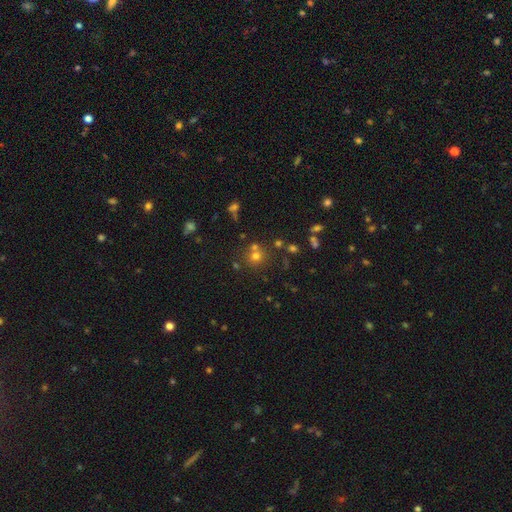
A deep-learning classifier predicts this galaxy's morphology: Smooth or featured?
  - smooth: 64% *
  - star or artifact: 25%
  - featured or disk: 11%
How rounded?
  - round: 89% *
  - in between: 10%
  - cigar-shaped: 1%
Merging?
  - none: 66% *
  - merger: 22%
  - minor disturbance: 9%
  - major disturbance: 4%